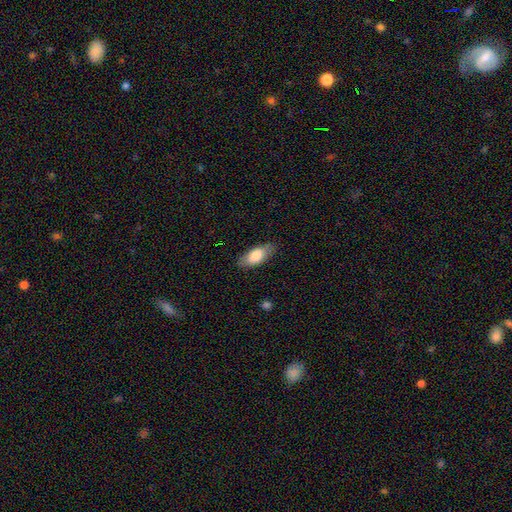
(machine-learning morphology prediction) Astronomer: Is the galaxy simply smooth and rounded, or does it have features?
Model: smooth — 77%.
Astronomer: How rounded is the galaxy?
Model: in between — 86%.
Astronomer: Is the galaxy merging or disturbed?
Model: none — 82%.